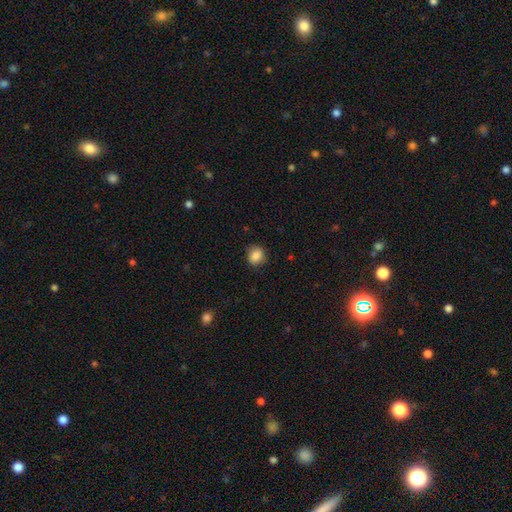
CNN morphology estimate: This appears to be a smooth galaxy with no disk features (86%) that is round (76%). Merging: none (85%).